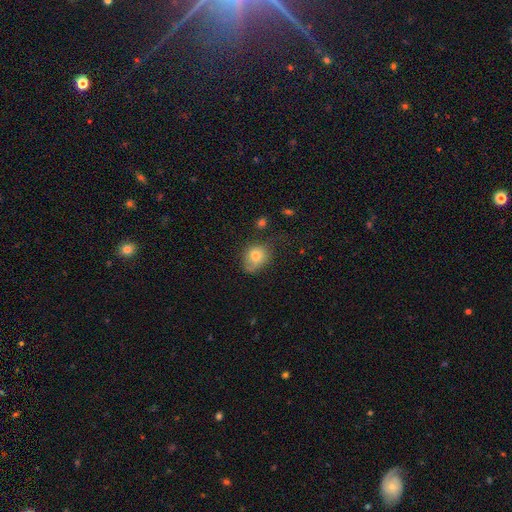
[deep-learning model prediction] Overall: smooth (75%). How rounded: round (54%; in between 45%). Merging: none (48%; minor disturbance 33%).